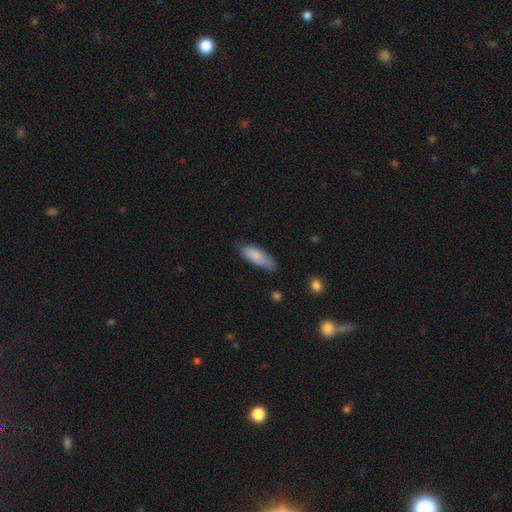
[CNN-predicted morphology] smooth_or_featured: smooth (p=0.84) [alt: featured or disk p=0.10]
how_rounded: in between (p=0.63) [alt: cigar-shaped p=0.35]
merging: none (p=0.71) [alt: minor disturbance p=0.23]